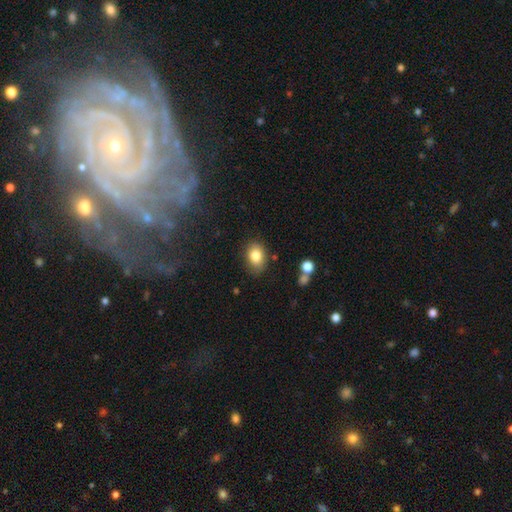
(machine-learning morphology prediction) This is clearly a smooth galaxy (83%). How rounded: likely in between (75%). Merging: likely none (76%).